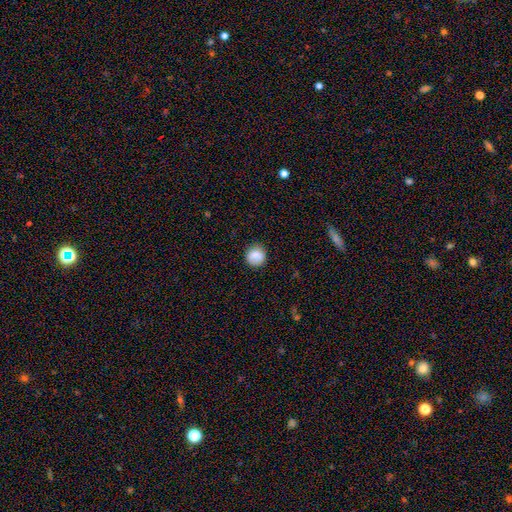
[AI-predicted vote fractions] Smooth or featured? Predicted: smooth (p=0.81). How rounded? Predicted: round (p=0.90). Merging? Predicted: none (p=0.84).